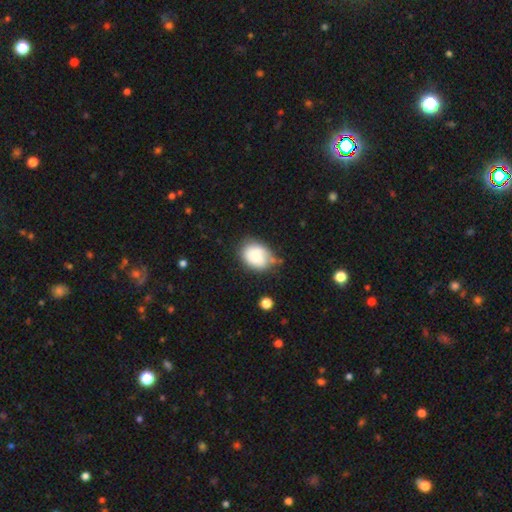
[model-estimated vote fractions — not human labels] smooth 79%, featured or disk 13%, star or artifact 8%. Down the decision tree: how rounded — in between (71%); merging — none (50%).